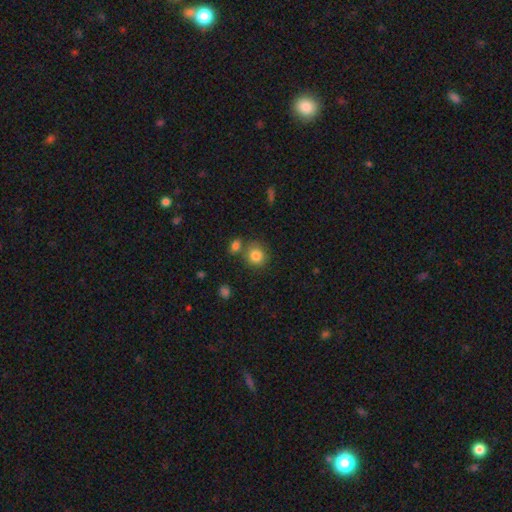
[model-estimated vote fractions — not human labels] Smooth or featured: smooth — 83% (star or artifact — 10%)
How rounded: round — 79% (in between — 20%)
Merging: none — 67% (merger — 18%)